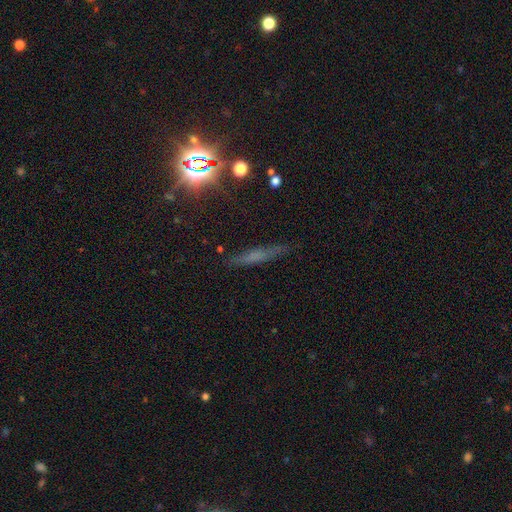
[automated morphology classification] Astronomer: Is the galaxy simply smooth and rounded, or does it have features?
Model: smooth — 42% (runner-up: featured or disk, 33%).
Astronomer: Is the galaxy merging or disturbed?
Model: none — 80%.